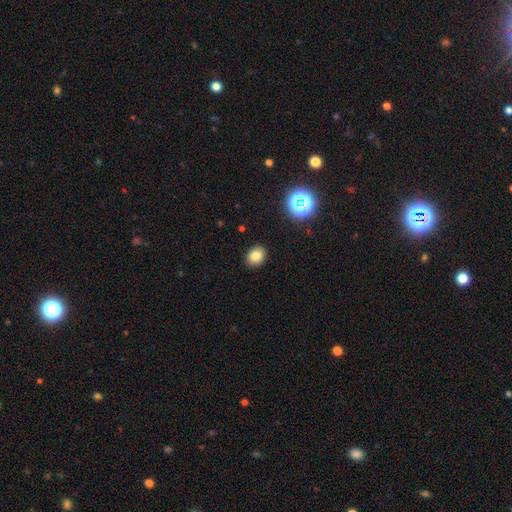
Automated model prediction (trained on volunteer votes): Smooth or featured: smooth — 81% (star or artifact — 13%)
How rounded: in between — 50% (round — 49%)
Merging: none — 89% (minor disturbance — 7%)